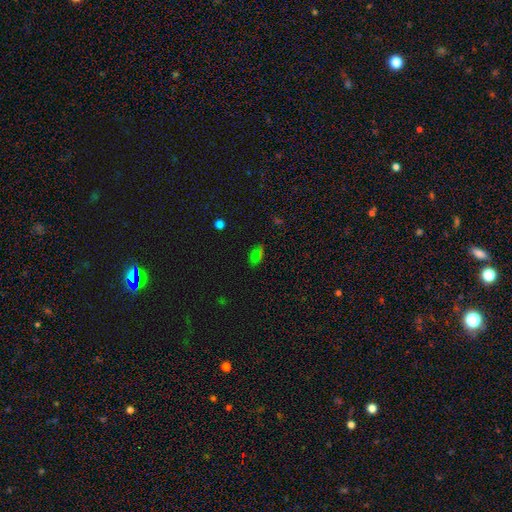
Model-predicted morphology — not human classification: smooth-or-featured: smooth: 52% | star or artifact: 39% | featured or disk: 8%
  how-rounded: in between: 85% | round: 11% | cigar-shaped: 4%
  merging: none: 75% | minor disturbance: 16% | major disturbance: 6% | merger: 3%